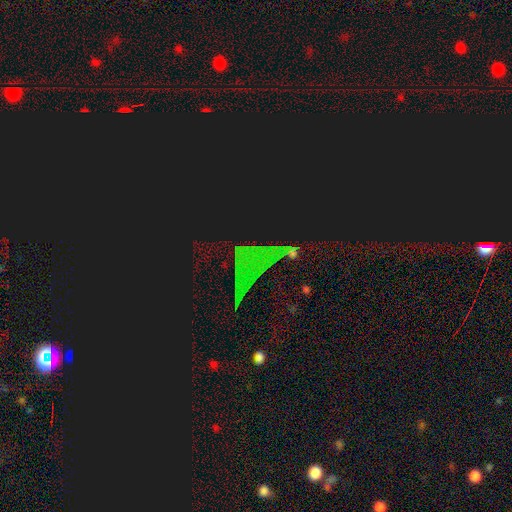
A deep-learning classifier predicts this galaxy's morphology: Overall: star or artifact (78%).